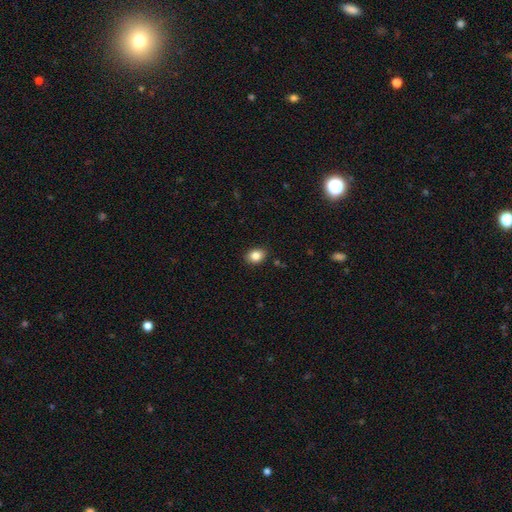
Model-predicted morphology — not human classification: Smooth or featured: smooth — 85% (star or artifact — 9%)
How rounded: in between — 63% (round — 36%)
Merging: none — 87% (minor disturbance — 10%)